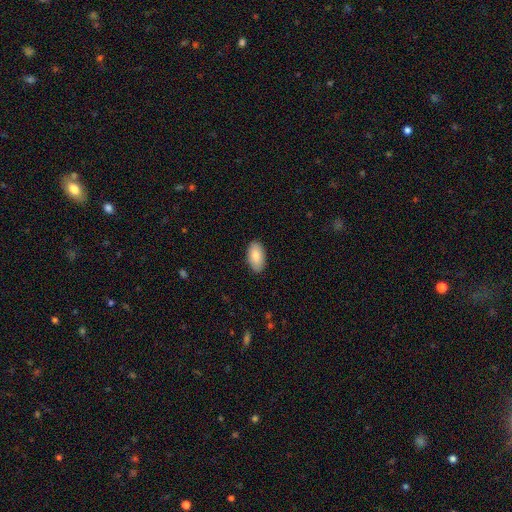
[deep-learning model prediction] Smooth or featured? Predicted: smooth (p=0.83). How rounded? Predicted: in between (p=0.95). Merging? Predicted: none (p=0.88).